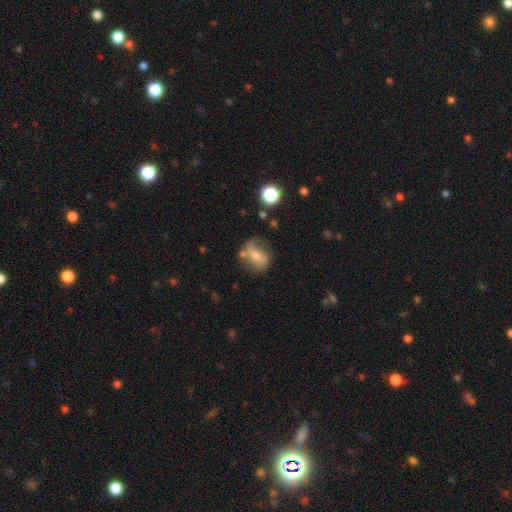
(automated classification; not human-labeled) This is possibly a featured or disk galaxy (54%). It is clearly not viewed edge-on (95%). Bar: marginally no (39%). Spiral arm pattern: likely yes (75%). Central bulge: possibly moderate (47%). Merging: possibly none (49%).